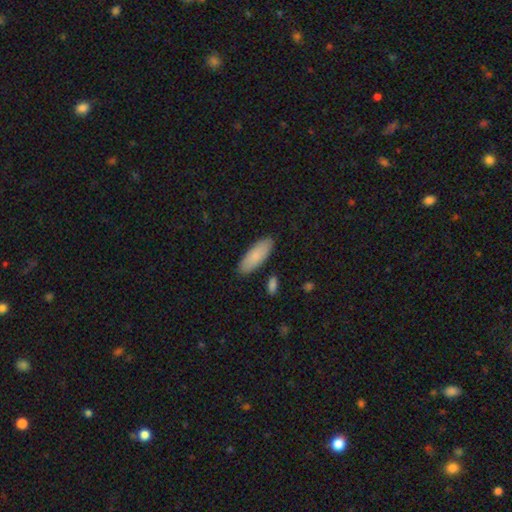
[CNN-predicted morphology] Smooth or featured: smooth — 84% (featured or disk — 10%)
How rounded: in between — 72% (cigar-shaped — 26%)
Merging: none — 87% (minor disturbance — 9%)